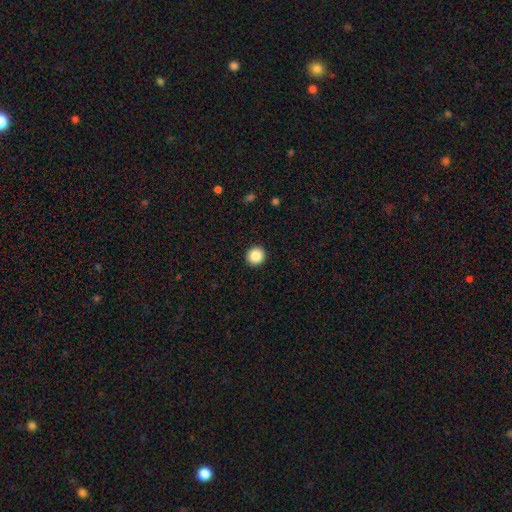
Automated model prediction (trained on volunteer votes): Q: Smooth or featured?
A: smooth (87%); runner-up: star or artifact (9%)
Q: How rounded?
A: round (94%); runner-up: in between (5%)
Q: Merging?
A: none (93%); runner-up: minor disturbance (4%)